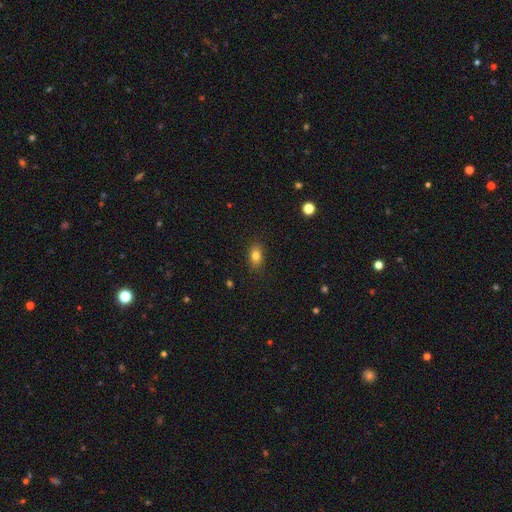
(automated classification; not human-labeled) This is clearly a smooth galaxy (81%). How rounded: clearly in between (81%). Merging: clearly none (86%).